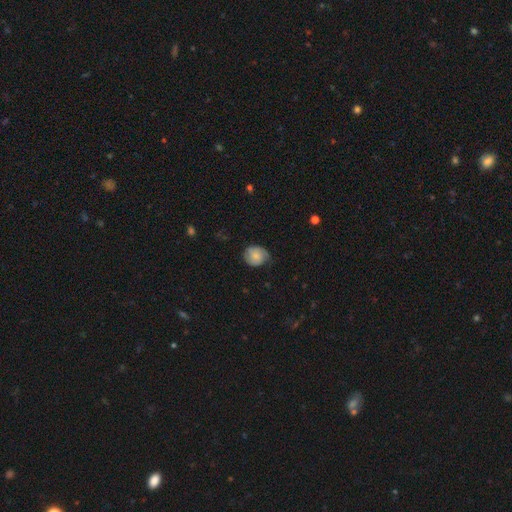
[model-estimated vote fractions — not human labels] A smooth galaxy with no disk features (61%) that is round (69%).

Vote fractions:
- Smooth or featured? smooth: 61% / featured or disk: 32% / star or artifact: 7%
- How rounded? round: 69% / in between: 30% / cigar-shaped: 1%
- Merging? none: 66% / minor disturbance: 26% / major disturbance: 6% / merger: 1%